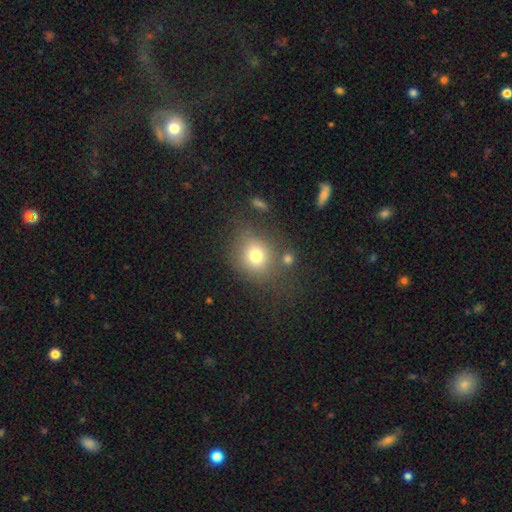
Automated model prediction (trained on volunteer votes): The model was most divided on "how rounded": round: 73%, in between: 26%, cigar-shaped: 1%. More confident: smooth or featured — smooth (74%); merging — none (68%).